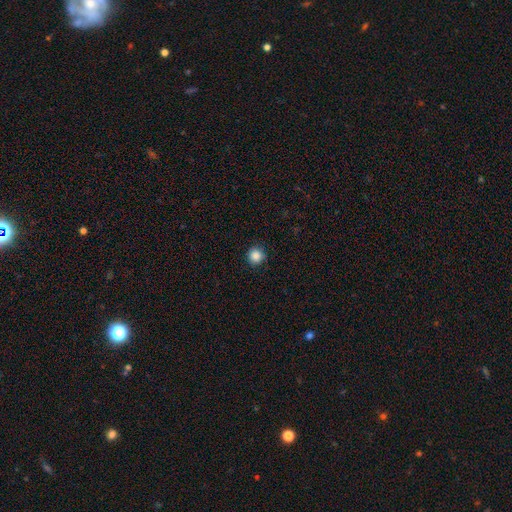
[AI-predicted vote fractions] Smooth or featured? smooth (87%)
How rounded? round (93%)
Merging? none (89%)